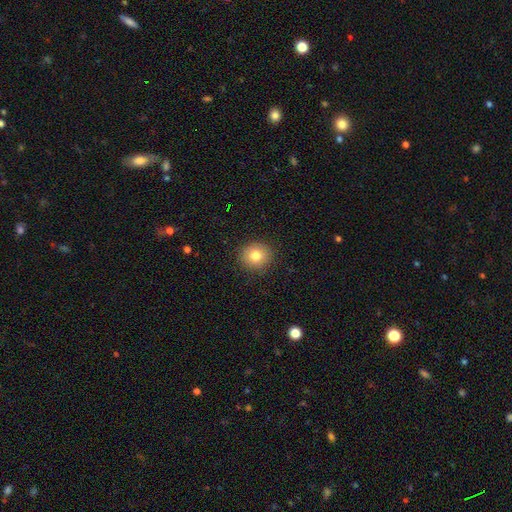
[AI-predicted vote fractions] This is likely a smooth galaxy (80%). How rounded: clearly round (86%). Merging: clearly none (90%).